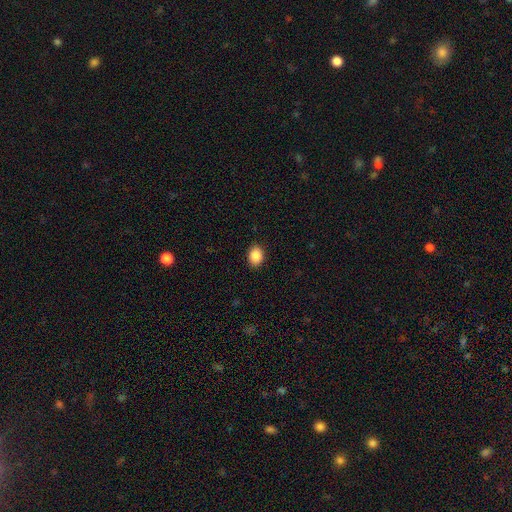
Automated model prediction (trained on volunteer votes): Smooth or featured: smooth — 89% (star or artifact — 8%)
How rounded: in between — 64% (round — 35%)
Merging: none — 89% (minor disturbance — 8%)